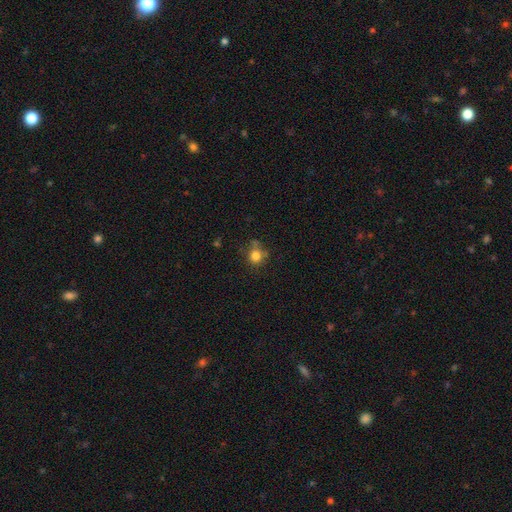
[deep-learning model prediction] Q: Smooth or featured?
A: smooth (79%); runner-up: star or artifact (12%)
Q: How rounded?
A: round (80%); runner-up: in between (19%)
Q: Merging?
A: none (61%); runner-up: minor disturbance (22%)